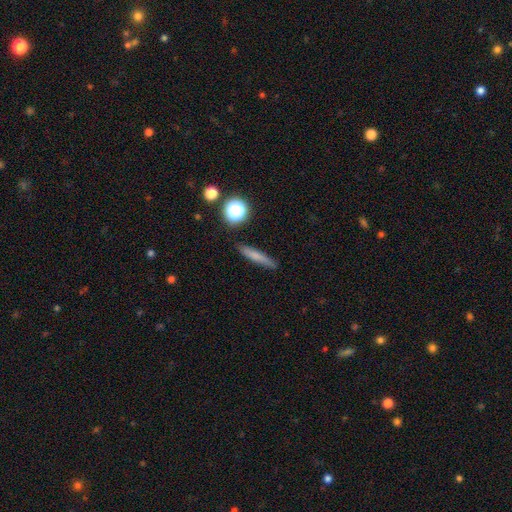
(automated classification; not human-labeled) A smooth galaxy with no disk features (69%) that is cigar-shaped (88%). Merging: none (86%).